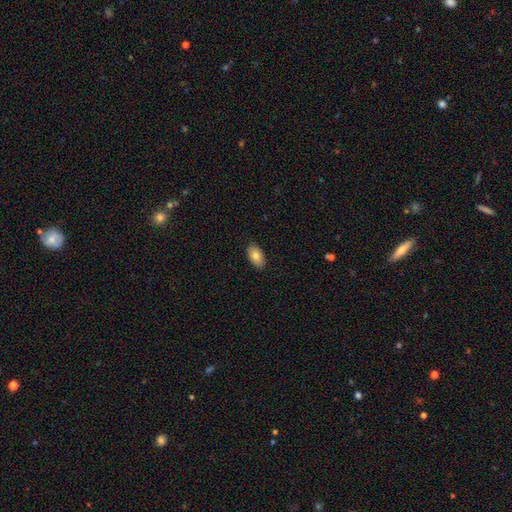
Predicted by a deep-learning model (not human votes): Morphology: type=smooth (80%); roundness=in between (94%); merging=none (89%).